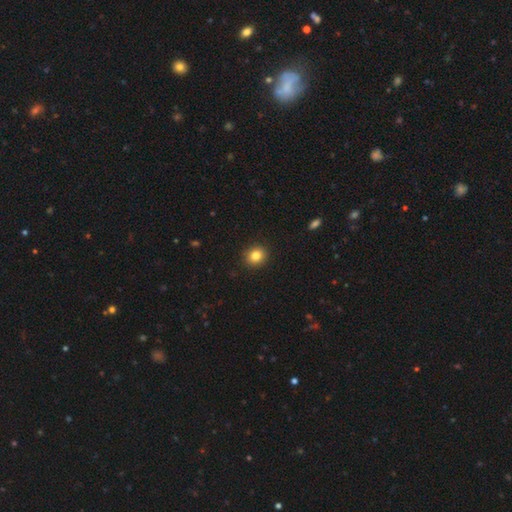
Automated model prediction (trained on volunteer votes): smooth-or-featured: smooth: 83% | star or artifact: 10% | featured or disk: 7%
  how-rounded: round: 76% | in between: 23% | cigar-shaped: 1%
  merging: none: 92% | minor disturbance: 6% | major disturbance: 2% | merger: 1%